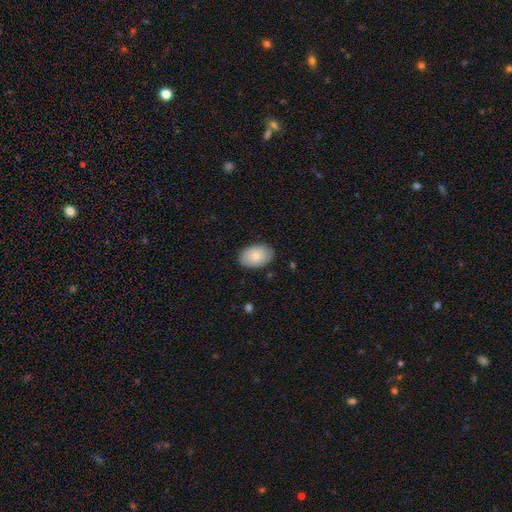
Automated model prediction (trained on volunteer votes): Smooth or featured?
  - smooth: 79% *
  - featured or disk: 14%
  - star or artifact: 7%
How rounded?
  - in between: 87% *
  - round: 12%
  - cigar-shaped: 1%
Merging?
  - none: 86% *
  - minor disturbance: 11%
  - major disturbance: 2%
  - merger: 1%